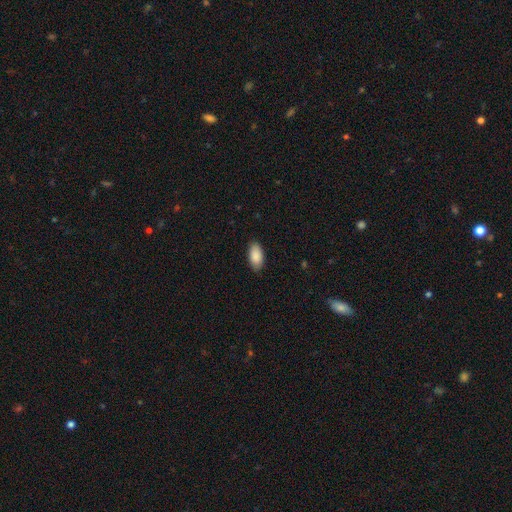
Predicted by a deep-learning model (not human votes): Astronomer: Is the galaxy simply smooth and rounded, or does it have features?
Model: smooth — 90%.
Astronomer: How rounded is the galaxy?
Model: in between — 94%.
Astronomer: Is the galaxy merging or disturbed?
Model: none — 87%.